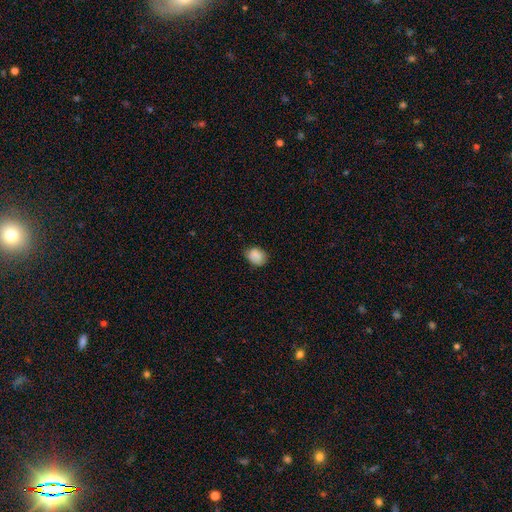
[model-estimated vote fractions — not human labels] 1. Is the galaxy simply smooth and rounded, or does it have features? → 87% smooth, 8% star or artifact, 5% featured or disk.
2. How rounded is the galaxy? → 60% in between, 39% round, 1% cigar-shaped.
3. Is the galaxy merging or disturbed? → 73% none, 22% minor disturbance, 4% major disturbance, 1% merger.